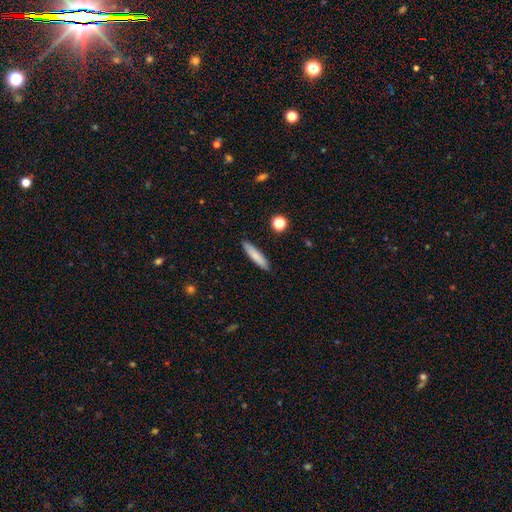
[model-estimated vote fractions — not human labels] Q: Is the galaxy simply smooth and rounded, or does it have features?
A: smooth — 80%.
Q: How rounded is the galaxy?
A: cigar-shaped — 86%.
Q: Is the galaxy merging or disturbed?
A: none — 89%.